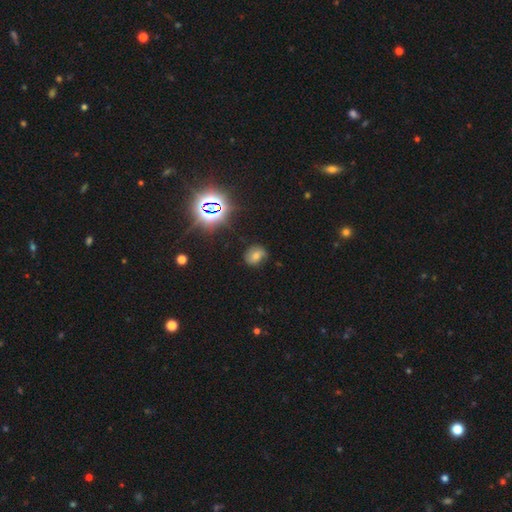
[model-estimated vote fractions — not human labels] Morphology: type=smooth (42%); merging=none (78%).